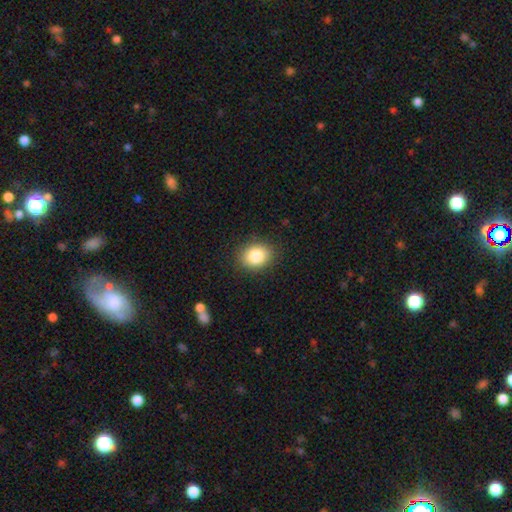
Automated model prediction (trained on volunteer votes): A smooth galaxy with no disk features (83%) that is round (50%).

Vote fractions:
- Smooth or featured? smooth: 83% / star or artifact: 9% / featured or disk: 7%
- How rounded? round: 50% / in between: 49% / cigar-shaped: 1%
- Merging? none: 87% / minor disturbance: 9% / major disturbance: 3% / merger: 1%